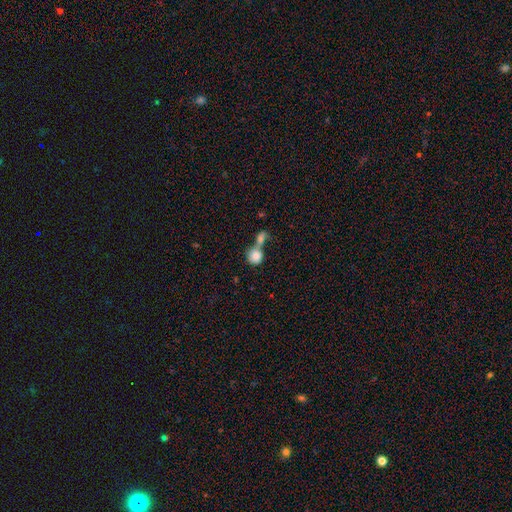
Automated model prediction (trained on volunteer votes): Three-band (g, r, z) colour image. It shows a smooth galaxy with no disk features (81%) that is round (82%). Merging: merger (64%).